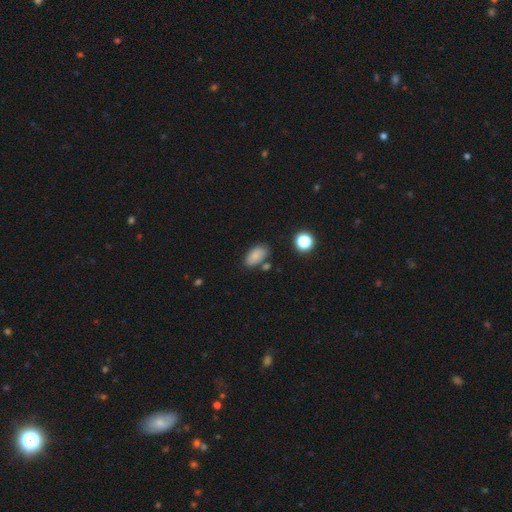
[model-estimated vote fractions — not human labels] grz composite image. It shows a smooth galaxy with no disk features (82%) that is in between round and cigar-shaped (92%). Merging: none (73%).